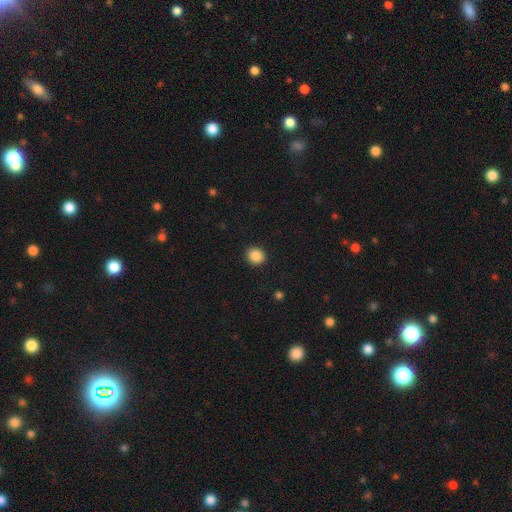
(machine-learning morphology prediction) Q: Smooth or featured?
A: smooth (88%); runner-up: star or artifact (9%)
Q: How rounded?
A: round (85%); runner-up: in between (14%)
Q: Merging?
A: none (92%); runner-up: minor disturbance (5%)